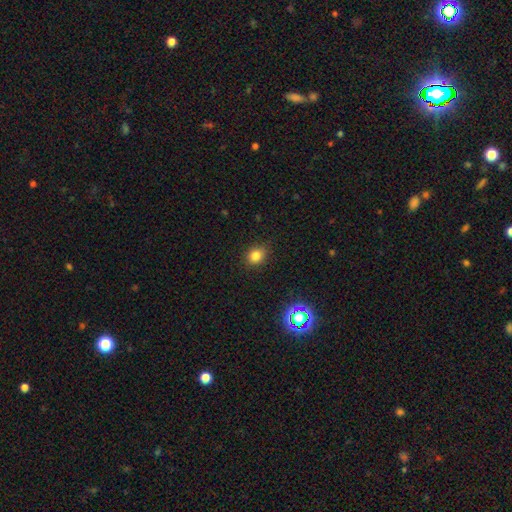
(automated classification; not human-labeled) Smooth or featured: smooth — 80% (star or artifact — 14%)
How rounded: round — 66% (in between — 33%)
Merging: none — 85% (minor disturbance — 11%)